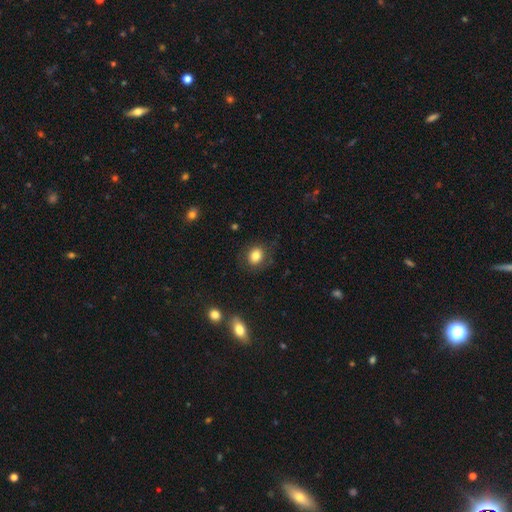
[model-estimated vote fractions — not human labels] This is clearly a smooth galaxy (80%). How rounded: possibly round (55%). Merging: likely none (79%).